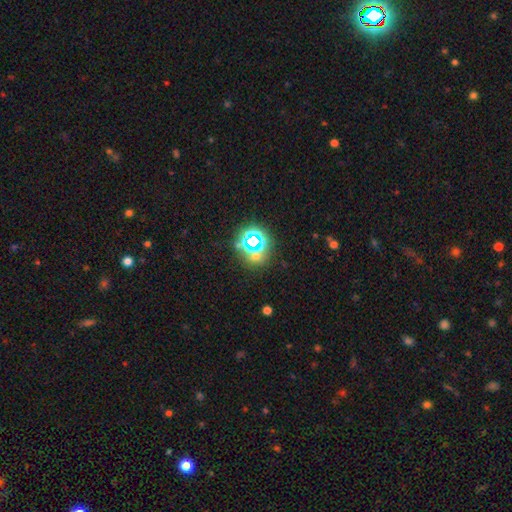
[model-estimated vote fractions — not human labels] The model was most divided on "smooth or featured": star or artifact: 66%, smooth: 23%, featured or disk: 11%.